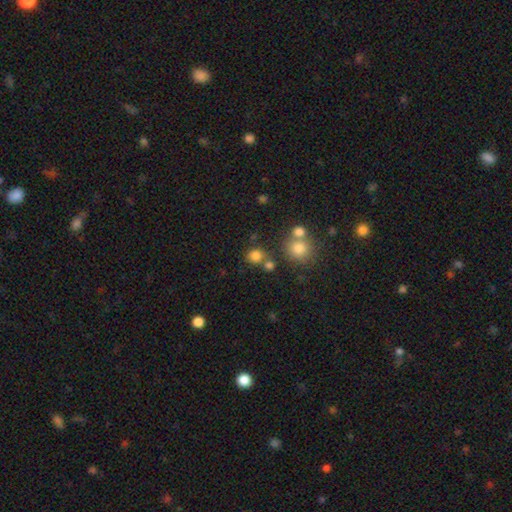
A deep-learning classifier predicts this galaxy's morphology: Smooth or featured: smooth — 79% (star or artifact — 15%)
How rounded: round — 84% (in between — 15%)
Merging: none — 69% (merger — 18%)